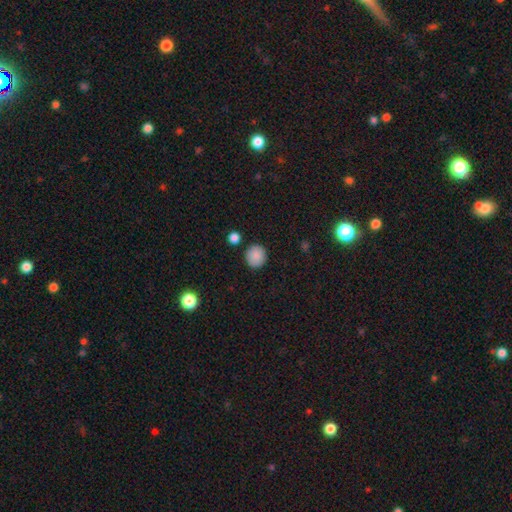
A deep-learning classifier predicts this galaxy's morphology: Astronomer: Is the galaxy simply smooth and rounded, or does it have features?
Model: smooth — 88%.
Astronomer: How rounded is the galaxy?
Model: round — 91%.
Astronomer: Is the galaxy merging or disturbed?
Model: none — 89%.